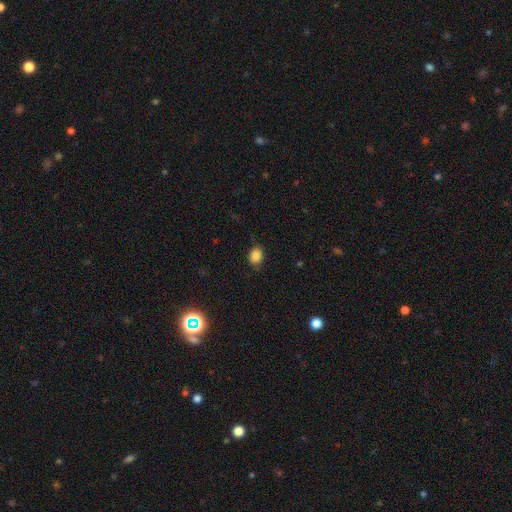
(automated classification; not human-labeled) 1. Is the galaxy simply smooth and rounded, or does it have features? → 85% smooth, 10% star or artifact, 4% featured or disk.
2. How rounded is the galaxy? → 50% in between, 49% round, 1% cigar-shaped.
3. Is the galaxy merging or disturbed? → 80% none, 16% minor disturbance, 3% major disturbance, 1% merger.